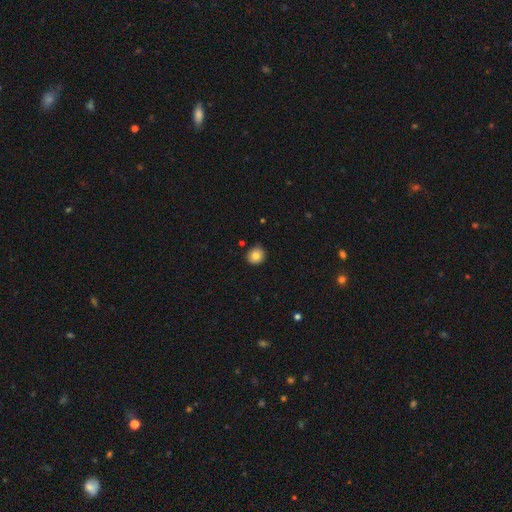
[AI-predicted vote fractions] A smooth galaxy with no disk features (82%) that is round (90%).

Vote fractions:
- Smooth or featured? smooth: 82% / star or artifact: 10% / featured or disk: 9%
- How rounded? round: 90% / in between: 9% / cigar-shaped: 1%
- Merging? none: 89% / minor disturbance: 7% / major disturbance: 2% / merger: 2%